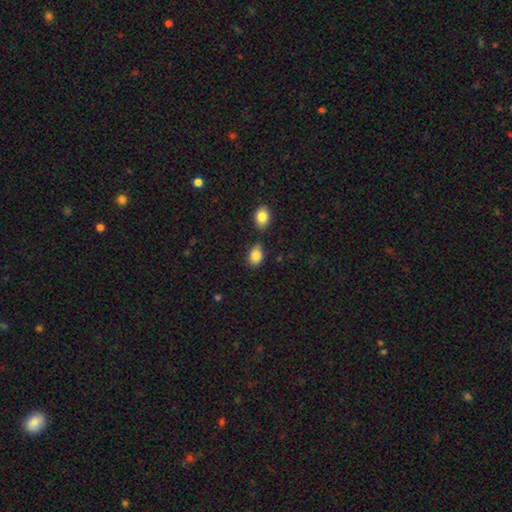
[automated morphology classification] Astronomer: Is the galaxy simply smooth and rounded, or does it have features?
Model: smooth — 86%.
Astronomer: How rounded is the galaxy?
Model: in between — 72%.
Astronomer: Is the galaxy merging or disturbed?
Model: none — 53%.